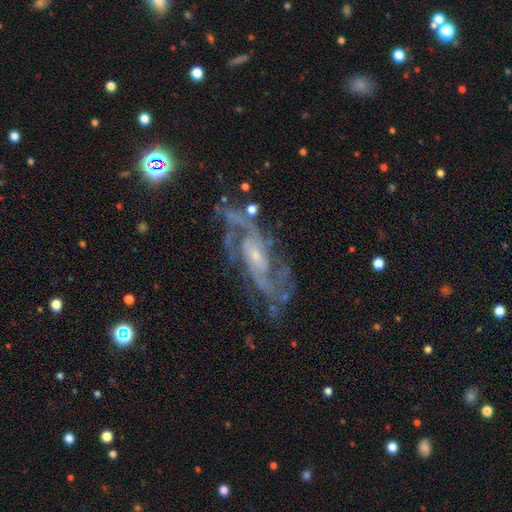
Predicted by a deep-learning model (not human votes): The model was most divided on "bar": no: 50%, weak: 36%, strong: 14%. More confident: spiral arms — yes (97%); edge-on disk — no (94%); smooth or featured — featured or disk (90%); bulge size — small (73%); merging — none (65%); spiral arm count — 2 (54%); spiral winding — medium (50%).